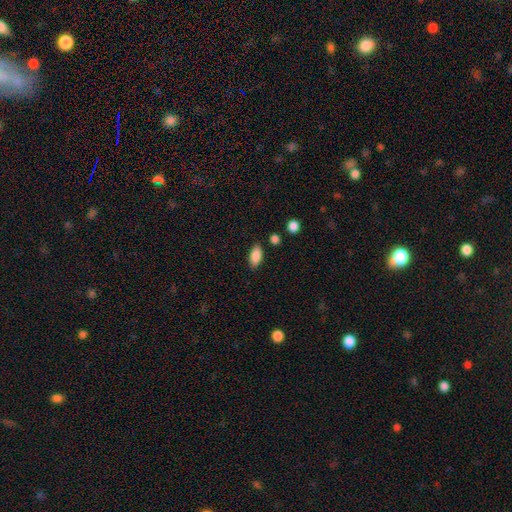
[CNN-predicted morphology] Smooth or featured? Predicted: smooth (p=0.87). How rounded? Predicted: in between (p=0.87). Merging? Predicted: none (p=0.85).